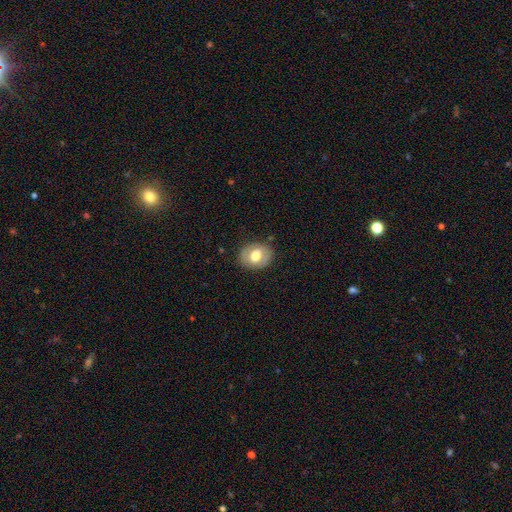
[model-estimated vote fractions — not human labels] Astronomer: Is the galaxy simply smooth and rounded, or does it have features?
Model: smooth — 57% (runner-up: featured or disk, 36%).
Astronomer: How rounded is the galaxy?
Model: in between — 51% (runner-up: round, 48%).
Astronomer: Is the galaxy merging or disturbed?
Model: none — 82%.